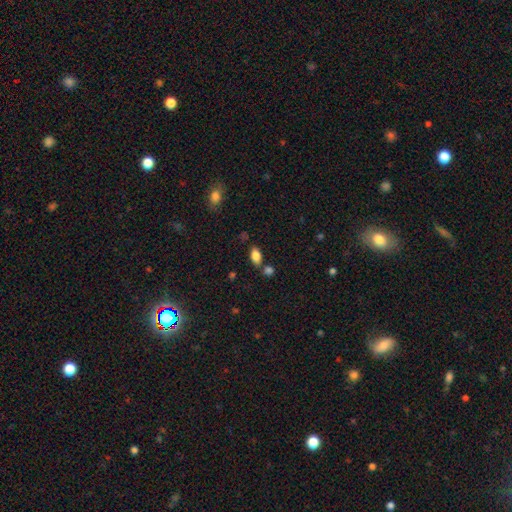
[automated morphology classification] A smooth galaxy with no disk features (84%) that is in between round and cigar-shaped (90%).

Vote fractions:
- Smooth or featured? smooth: 84% / star or artifact: 9% / featured or disk: 8%
- How rounded? in between: 90% / round: 6% / cigar-shaped: 4%
- Merging? none: 71% / merger: 14% / minor disturbance: 12% / major disturbance: 3%